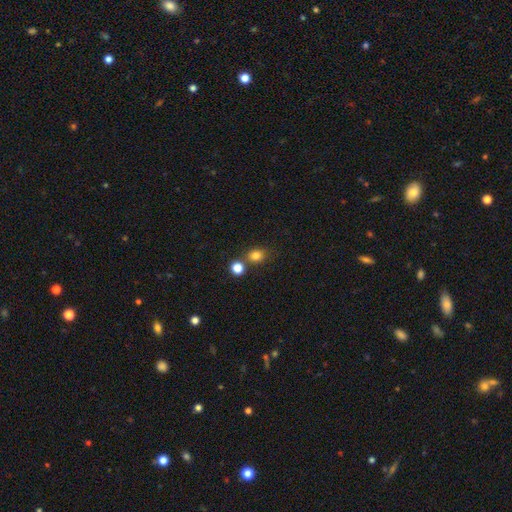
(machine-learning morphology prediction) Smooth or featured? Predicted: smooth (p=0.80). How rounded? Predicted: round (p=0.70). Merging? Predicted: none (p=0.66).